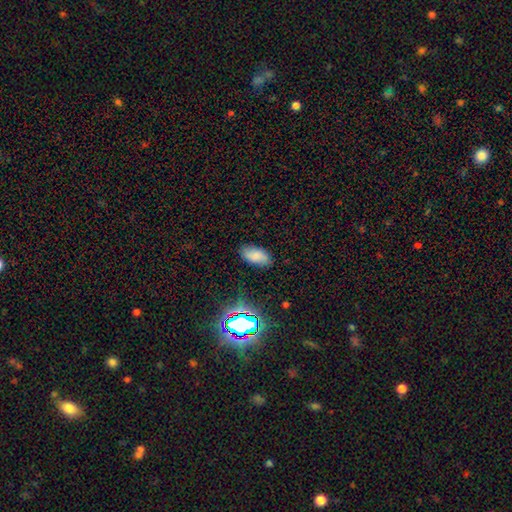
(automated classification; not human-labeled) Smooth or featured? smooth (75%)
How rounded? in between (93%)
Merging? none (82%)